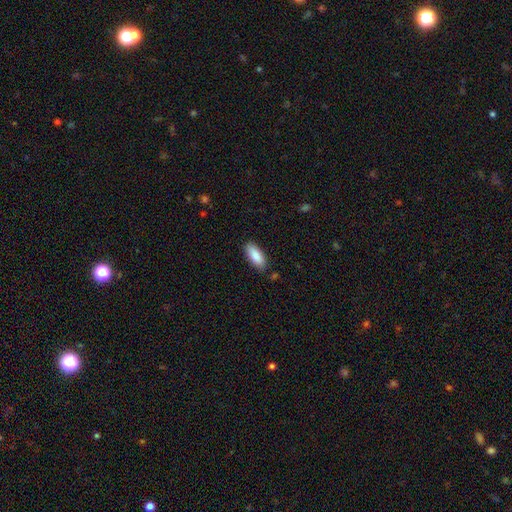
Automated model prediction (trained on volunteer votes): Smooth or featured: smooth — 88% (star or artifact — 6%)
How rounded: in between — 78% (cigar-shaped — 20%)
Merging: none — 83% (minor disturbance — 12%)